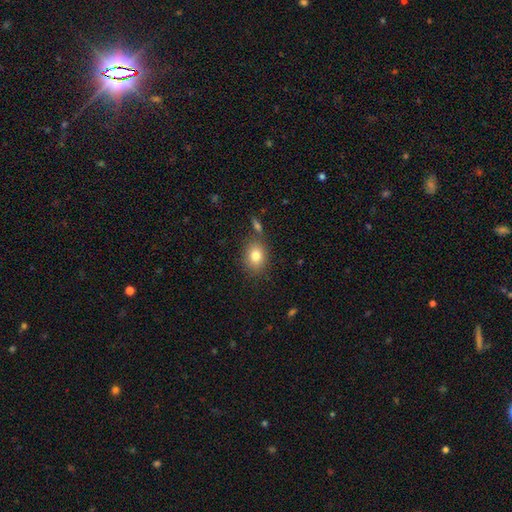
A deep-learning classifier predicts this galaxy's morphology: smooth 81%, featured or disk 10%, star or artifact 9%. Down the decision tree: how rounded — in between (61%); merging — none (76%).